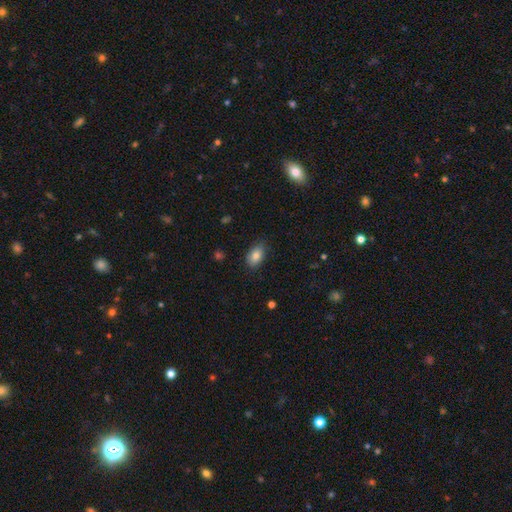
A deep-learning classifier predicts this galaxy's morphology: This is clearly a smooth galaxy (83%). How rounded: clearly in between (91%). Merging: likely none (78%).